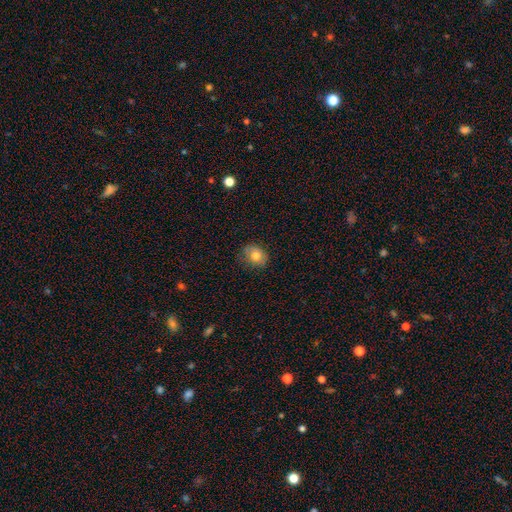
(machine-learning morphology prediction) Q: Smooth or featured?
A: smooth (77%); runner-up: featured or disk (14%)
Q: How rounded?
A: in between (56%); runner-up: round (43%)
Q: Merging?
A: none (77%); runner-up: minor disturbance (18%)